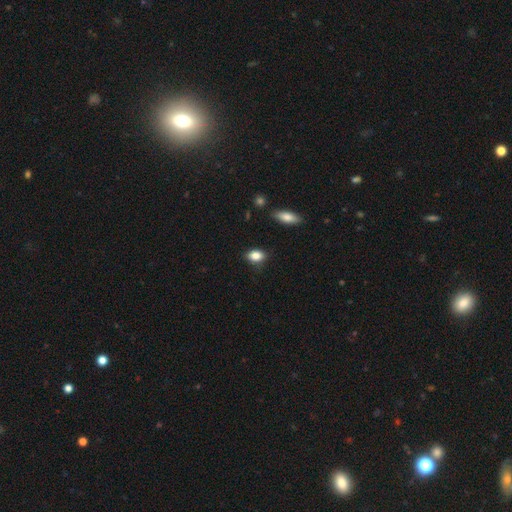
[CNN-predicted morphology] This is clearly a smooth galaxy (85%). How rounded: likely in between (77%). Merging: clearly none (82%).